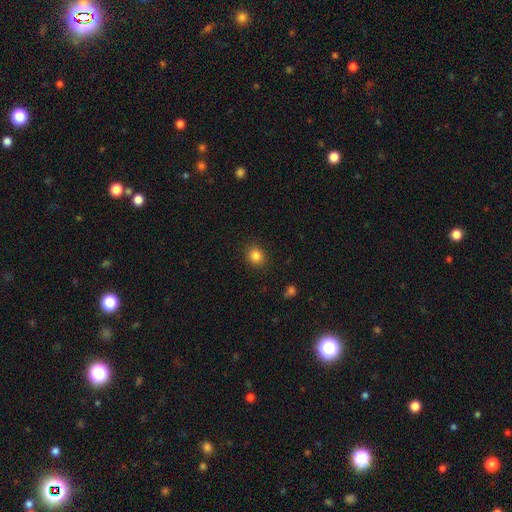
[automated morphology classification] Q: Smooth or featured?
A: smooth (84%); runner-up: star or artifact (11%)
Q: How rounded?
A: round (78%); runner-up: in between (21%)
Q: Merging?
A: none (90%); runner-up: minor disturbance (7%)